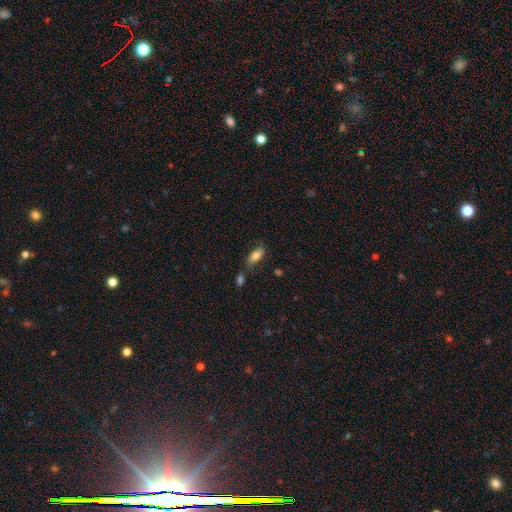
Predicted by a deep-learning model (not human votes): Smooth or featured? Predicted: smooth (p=0.75). How rounded? Predicted: in between (p=0.80). Merging? Predicted: none (p=0.68).